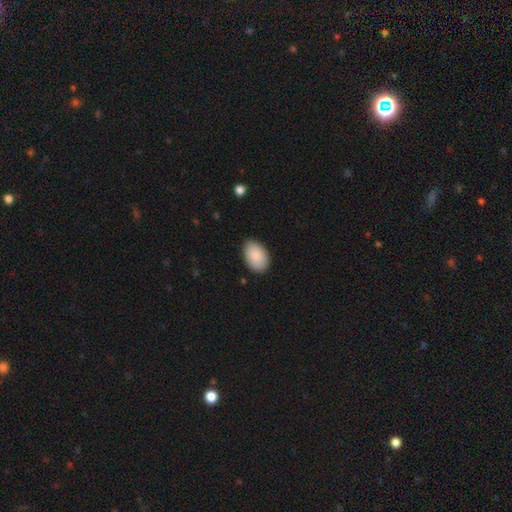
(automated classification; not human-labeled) Overall: smooth (88%). How rounded: in between (91%). Merging: none (87%).